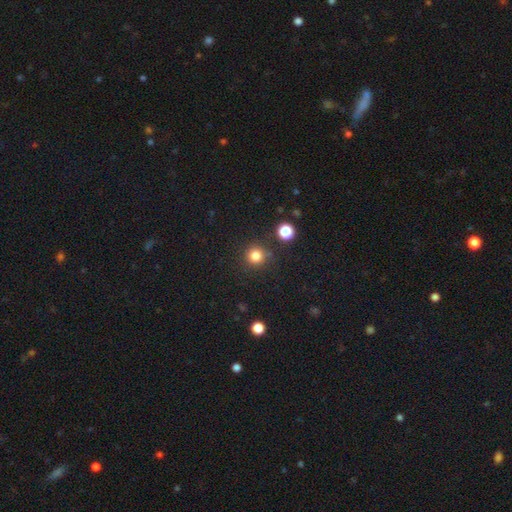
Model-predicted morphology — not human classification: This appears to be a smooth galaxy with no disk features (81%) that is round (94%). Merging: none (85%).